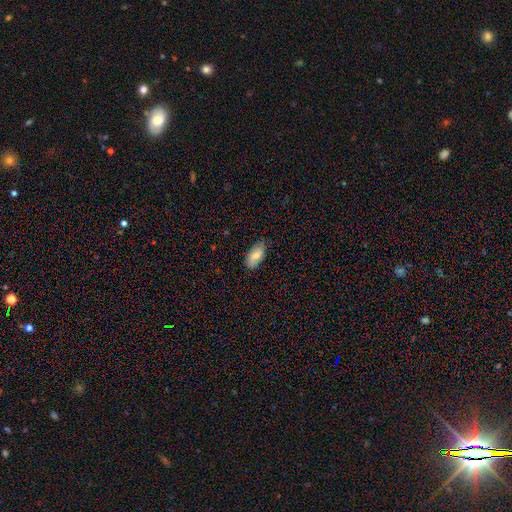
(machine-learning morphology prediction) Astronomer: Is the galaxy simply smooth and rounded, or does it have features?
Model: smooth — 73%.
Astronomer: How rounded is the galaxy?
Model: in between — 93%.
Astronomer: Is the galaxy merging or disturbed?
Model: none — 75%.